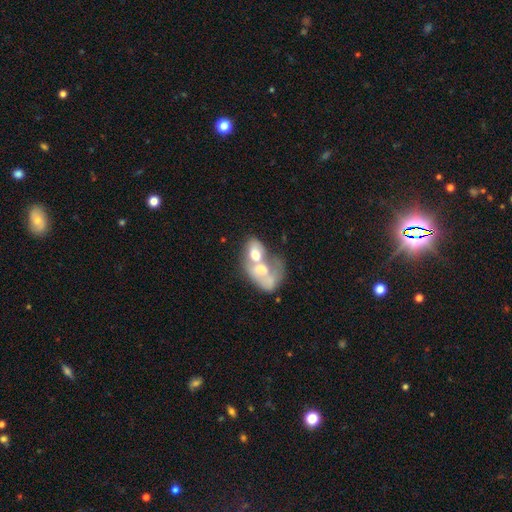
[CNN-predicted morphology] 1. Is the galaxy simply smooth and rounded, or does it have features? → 49% featured or disk, 41% smooth, 10% star or artifact.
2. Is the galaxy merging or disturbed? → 77% merger, 9% major disturbance, 9% none, 5% minor disturbance.